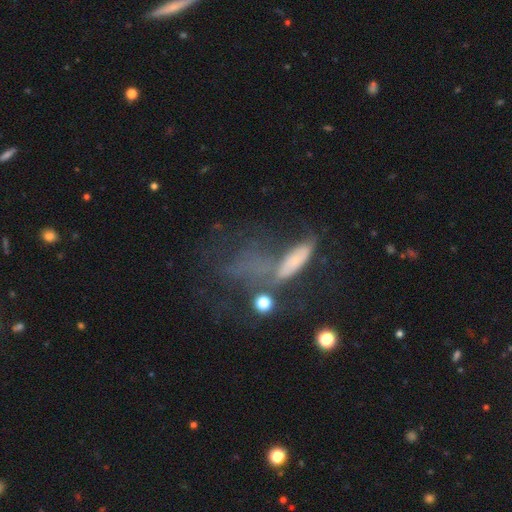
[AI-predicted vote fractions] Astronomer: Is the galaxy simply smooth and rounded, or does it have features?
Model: featured or disk — 43% (runner-up: smooth, 30%).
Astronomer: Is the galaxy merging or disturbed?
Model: major disturbance — 40% (runner-up: none, 28%).